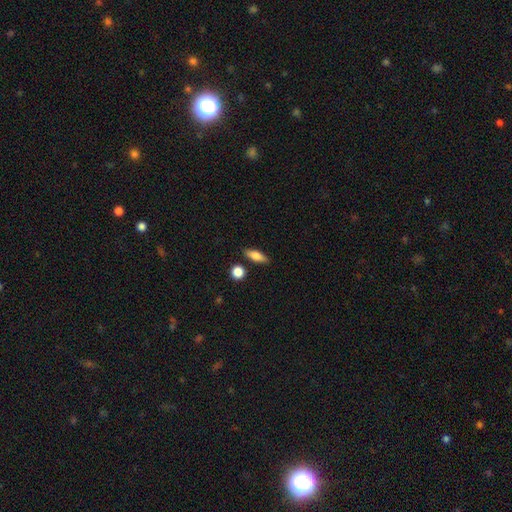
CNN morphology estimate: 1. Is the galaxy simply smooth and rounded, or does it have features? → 73% smooth, 20% featured or disk, 8% star or artifact.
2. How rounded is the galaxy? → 63% in between, 31% cigar-shaped, 6% round.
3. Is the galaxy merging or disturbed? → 84% none, 10% minor disturbance, 4% merger, 2% major disturbance.